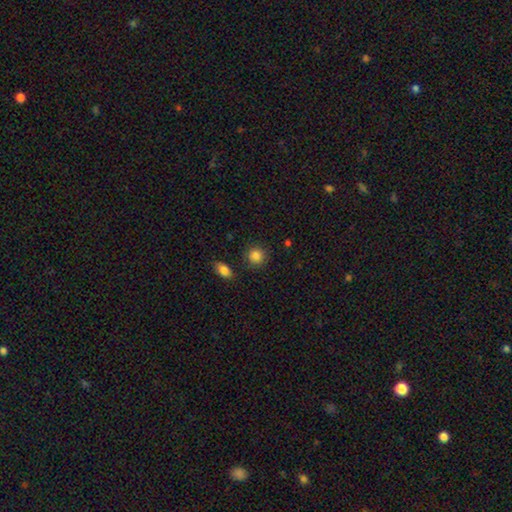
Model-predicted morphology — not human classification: The model was most divided on "merging": none: 86%, minor disturbance: 8%, merger: 3%, major disturbance: 3%. More confident: how rounded — round (89%); smooth or featured — smooth (87%).